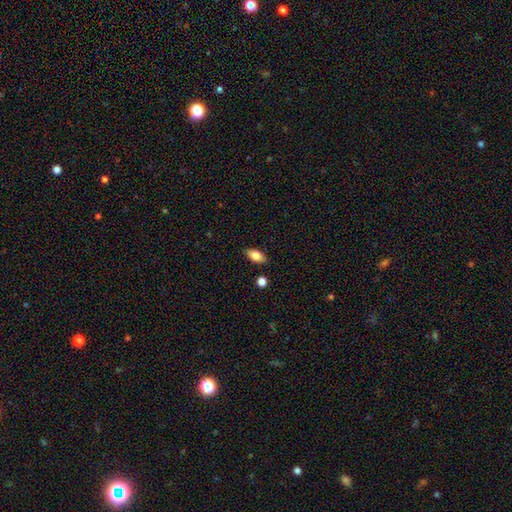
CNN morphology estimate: Smooth or featured? Predicted: smooth (p=0.77). How rounded? Predicted: in between (p=0.88). Merging? Predicted: none (p=0.86).